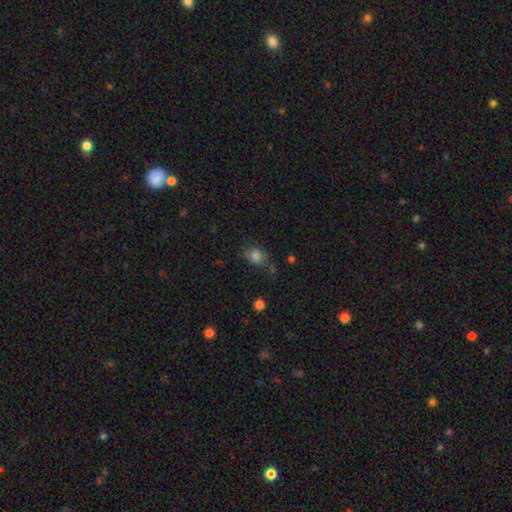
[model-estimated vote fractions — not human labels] A smooth galaxy with no disk features (79%) that is in between round and cigar-shaped (60%). Merging: none (59%).